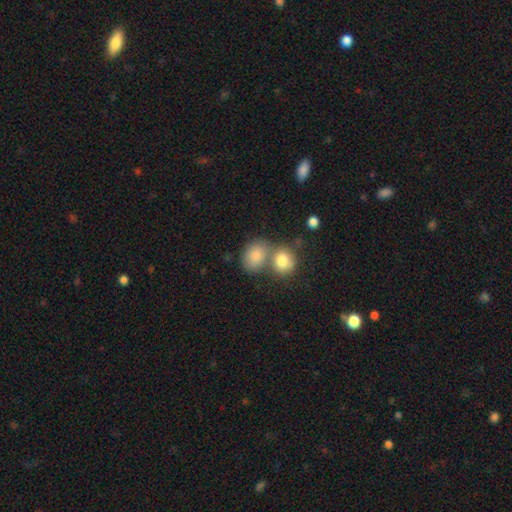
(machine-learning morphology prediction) smooth-or-featured: smooth: 83% | star or artifact: 9% | featured or disk: 9%
  how-rounded: in between: 52% | round: 47% | cigar-shaped: 1%
  merging: merger: 47% | none: 38% | minor disturbance: 10% | major disturbance: 4%